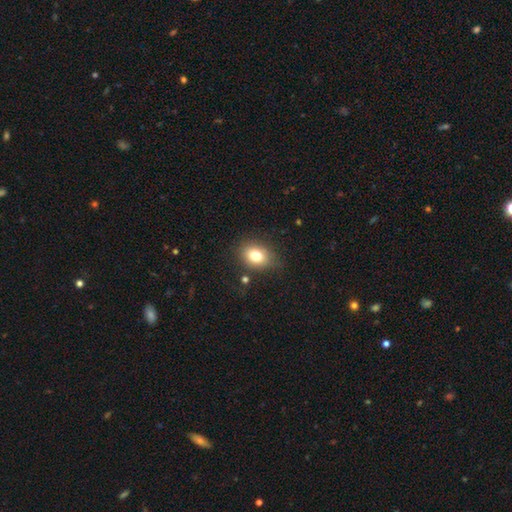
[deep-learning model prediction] Smooth or featured: smooth — 77% (star or artifact — 12%)
How rounded: in between — 58% (round — 41%)
Merging: none — 78% (minor disturbance — 15%)